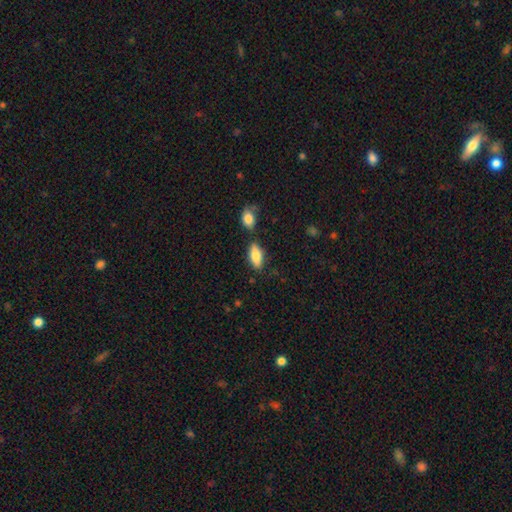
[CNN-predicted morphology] Q: Smooth or featured?
A: smooth (78%); runner-up: featured or disk (15%)
Q: How rounded?
A: in between (83%); runner-up: cigar-shaped (14%)
Q: Merging?
A: none (72%); runner-up: minor disturbance (13%)